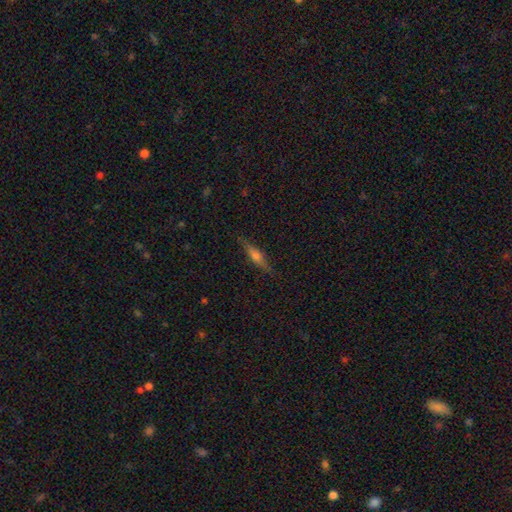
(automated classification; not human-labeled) smooth_or_featured: featured or disk (p=0.58) [alt: smooth p=0.35]
disk_edge_on: yes (p=0.96) [alt: no p=0.04]
edge_on_bulge: rounded (p=0.85) [alt: boxy p=0.09]
merging: none (p=0.87) [alt: minor disturbance p=0.10]